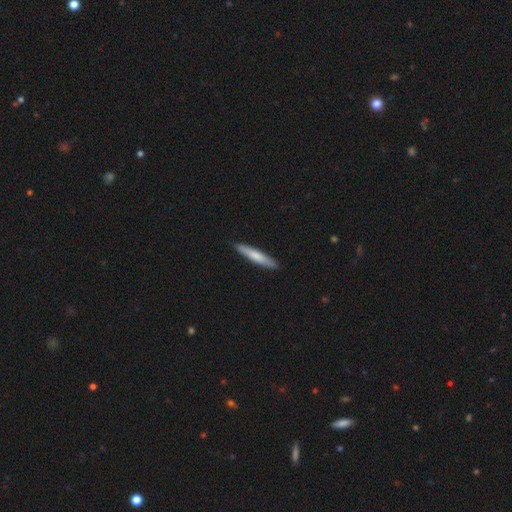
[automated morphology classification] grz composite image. It shows a smooth galaxy with no disk features (71%) that is cigar-shaped (92%). Merging: none (90%).